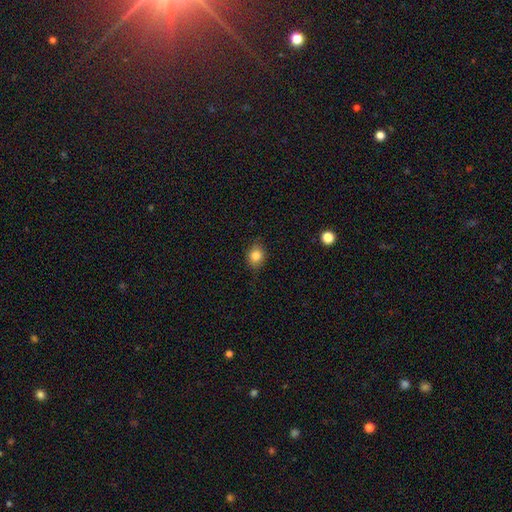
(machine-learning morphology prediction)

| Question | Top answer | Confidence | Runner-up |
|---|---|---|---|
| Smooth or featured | smooth | 83% | star or artifact (10%) |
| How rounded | round | 57% | in between (42%) |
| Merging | none | 84% | minor disturbance (13%) |